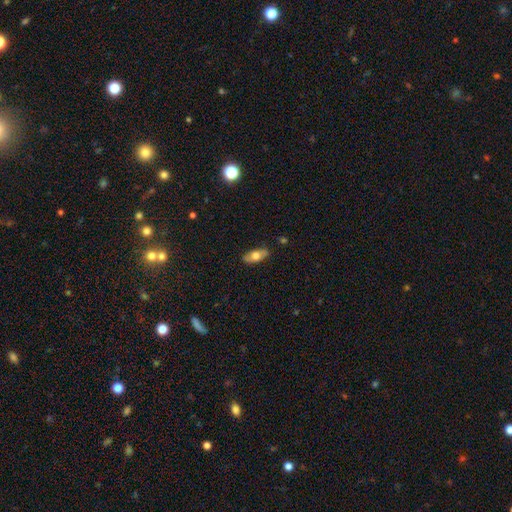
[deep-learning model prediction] smooth-or-featured: smooth: 62% | featured or disk: 31% | star or artifact: 7%
  how-rounded: in between: 81% | cigar-shaped: 15% | round: 4%
  merging: none: 82% | minor disturbance: 14% | major disturbance: 3% | merger: 1%